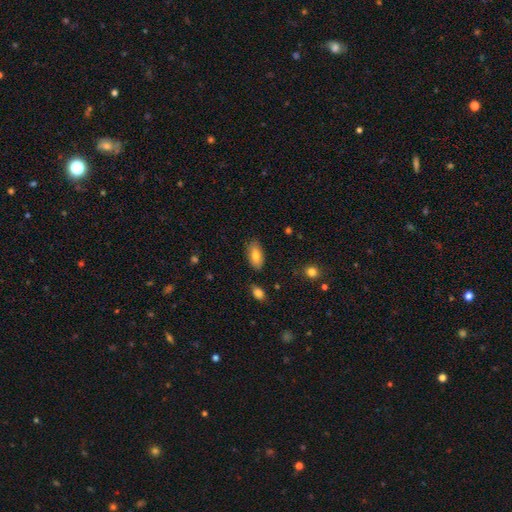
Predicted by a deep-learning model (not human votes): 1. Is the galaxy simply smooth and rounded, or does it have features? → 77% smooth, 16% featured or disk, 7% star or artifact.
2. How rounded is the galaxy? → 91% in between, 6% cigar-shaped, 3% round.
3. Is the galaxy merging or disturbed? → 82% none, 13% minor disturbance, 3% major disturbance, 2% merger.